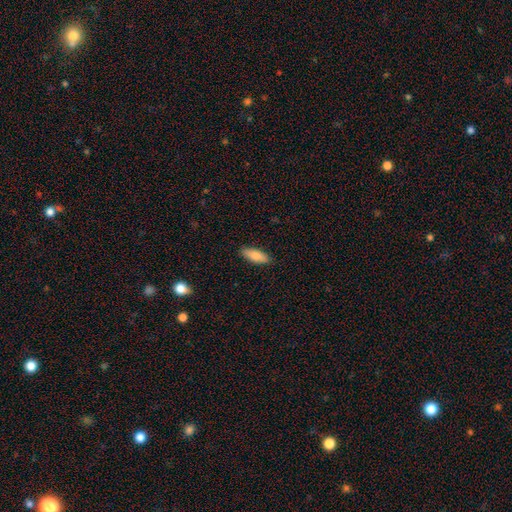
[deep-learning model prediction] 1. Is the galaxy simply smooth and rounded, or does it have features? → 82% smooth, 12% featured or disk, 6% star or artifact.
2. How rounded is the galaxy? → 68% in between, 30% cigar-shaped, 2% round.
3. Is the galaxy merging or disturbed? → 89% none, 8% minor disturbance, 2% major disturbance, 1% merger.